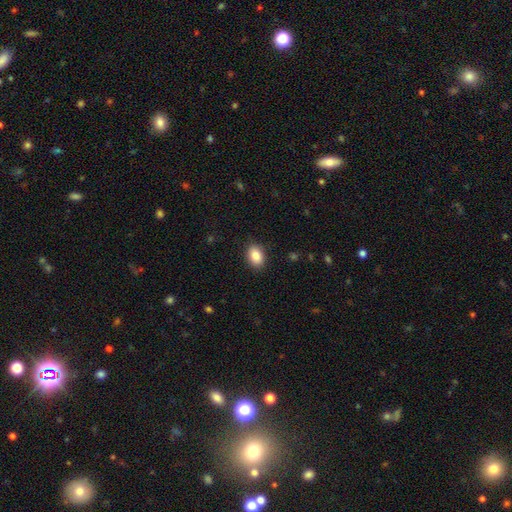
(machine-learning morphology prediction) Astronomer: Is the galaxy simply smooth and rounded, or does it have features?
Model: smooth — 86%.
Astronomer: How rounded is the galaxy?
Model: in between — 80%.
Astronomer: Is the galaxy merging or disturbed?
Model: none — 89%.